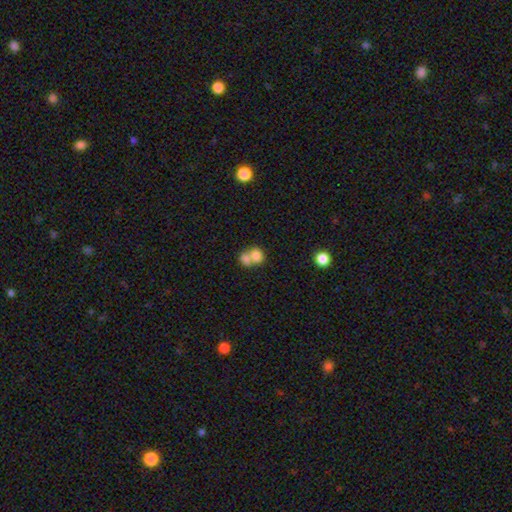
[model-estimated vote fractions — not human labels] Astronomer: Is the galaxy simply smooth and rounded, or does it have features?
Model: smooth — 76%.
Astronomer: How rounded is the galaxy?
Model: in between — 50% (runner-up: round, 49%).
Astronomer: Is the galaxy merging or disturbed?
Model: merger — 68%.